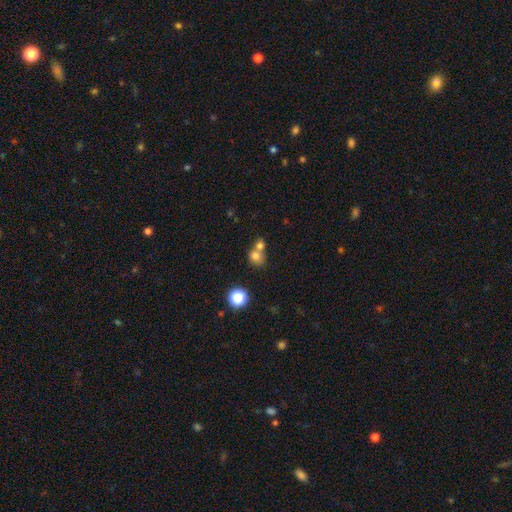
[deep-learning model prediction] A smooth galaxy with no disk features (75%) that is round (76%).

Vote fractions:
- Smooth or featured? smooth: 75% / star or artifact: 14% / featured or disk: 11%
- How rounded? round: 76% / in between: 23% / cigar-shaped: 1%
- Merging? merger: 53% / none: 38% / minor disturbance: 6% / major disturbance: 3%